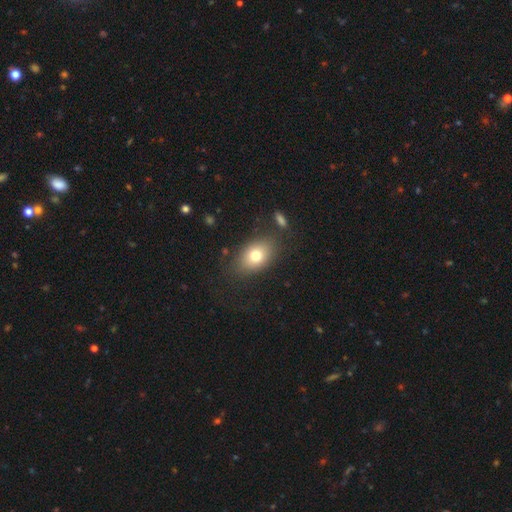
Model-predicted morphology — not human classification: Overall: smooth (76%). How rounded: in between (82%). Merging: none (78%).